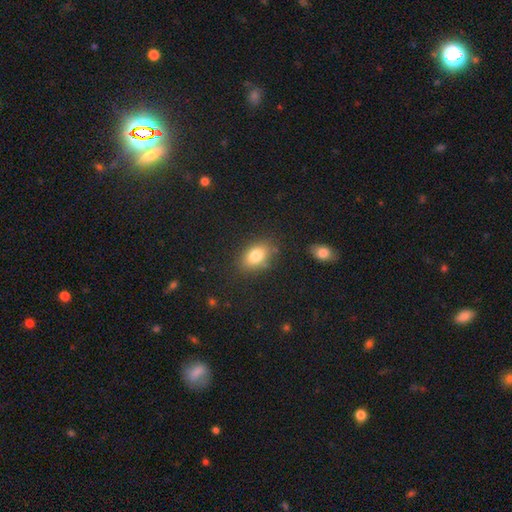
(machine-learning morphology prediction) type=smooth (81%); roundness=in between (85%); merging=none (80%).